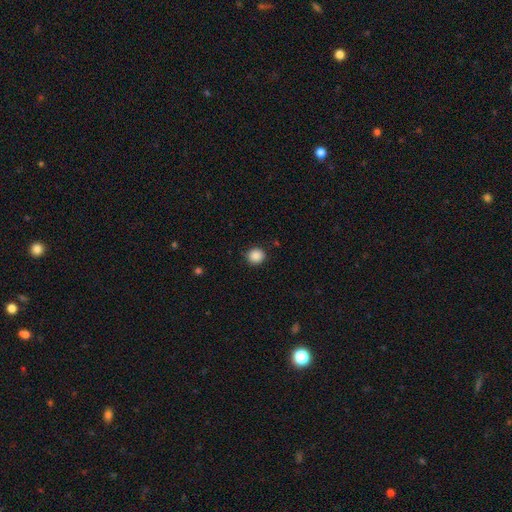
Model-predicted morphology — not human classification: Q: Smooth or featured?
A: smooth (88%); runner-up: star or artifact (9%)
Q: How rounded?
A: round (89%); runner-up: in between (10%)
Q: Merging?
A: none (90%); runner-up: minor disturbance (7%)